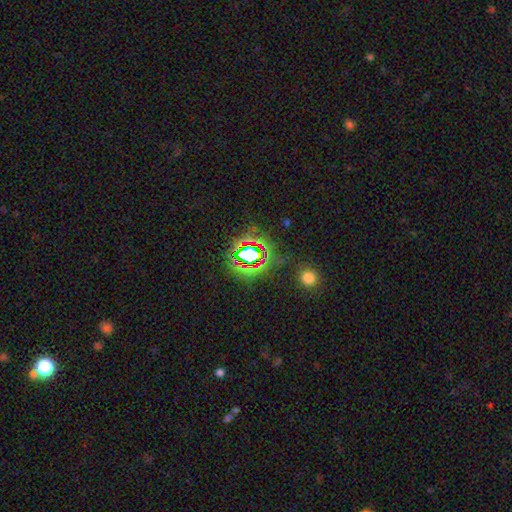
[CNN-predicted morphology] Smooth or featured? Predicted: star or artifact (p=0.74).